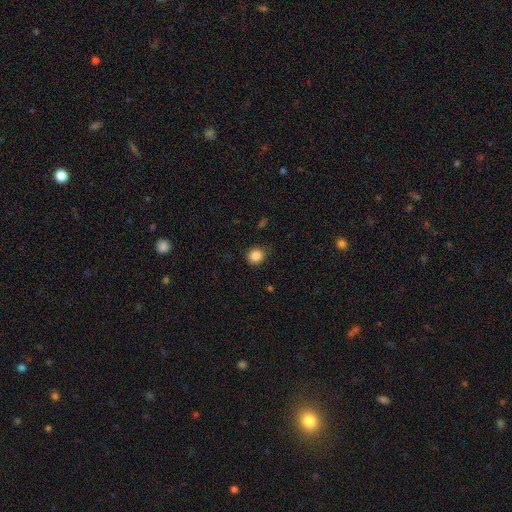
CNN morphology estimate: Overall: smooth (86%). How rounded: round (85%). Merging: none (85%).